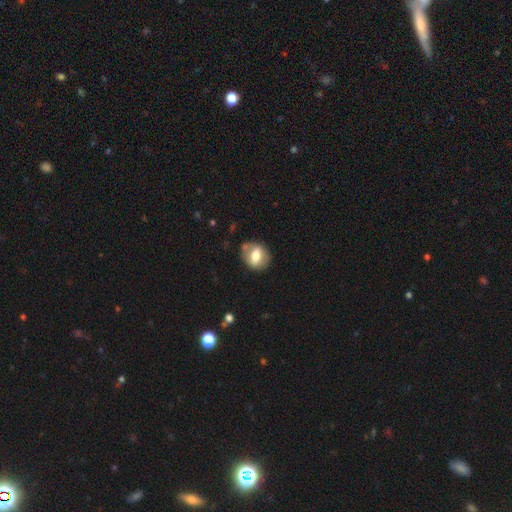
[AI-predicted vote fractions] Smooth or featured? Predicted: smooth (p=0.58). How rounded? Predicted: round (p=0.52). Merging? Predicted: none (p=0.76).